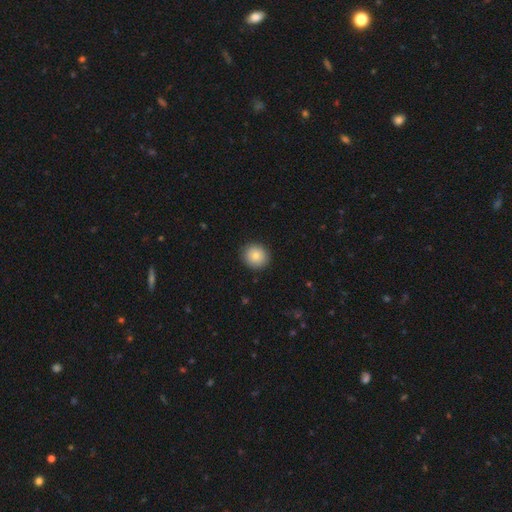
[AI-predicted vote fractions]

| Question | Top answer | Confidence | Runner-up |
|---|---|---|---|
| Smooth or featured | smooth | 79% | featured or disk (11%) |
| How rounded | round | 87% | in between (12%) |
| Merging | none | 90% | minor disturbance (7%) |